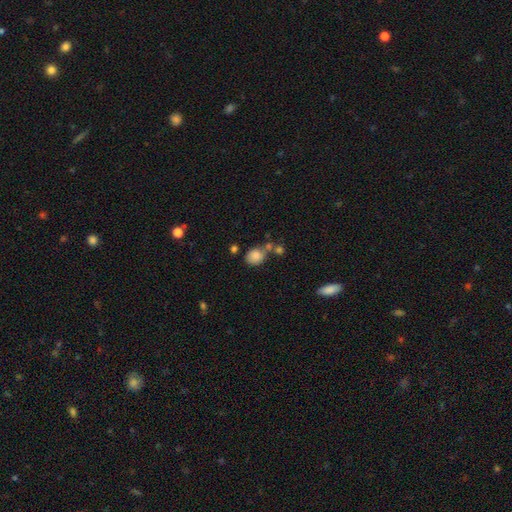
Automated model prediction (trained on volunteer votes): A smooth galaxy with no disk features (81%) that is round (58%).

Vote fractions:
- Smooth or featured? smooth: 81% / star or artifact: 10% / featured or disk: 9%
- How rounded? round: 58% / in between: 40% / cigar-shaped: 1%
- Merging? none: 54% / merger: 23% / minor disturbance: 17% / major disturbance: 6%